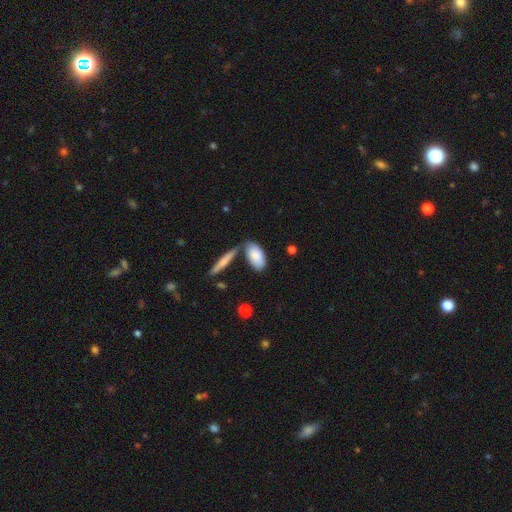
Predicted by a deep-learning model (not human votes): A smooth galaxy with no disk features (83%) that is in between round and cigar-shaped (89%). Merging: none (58%).